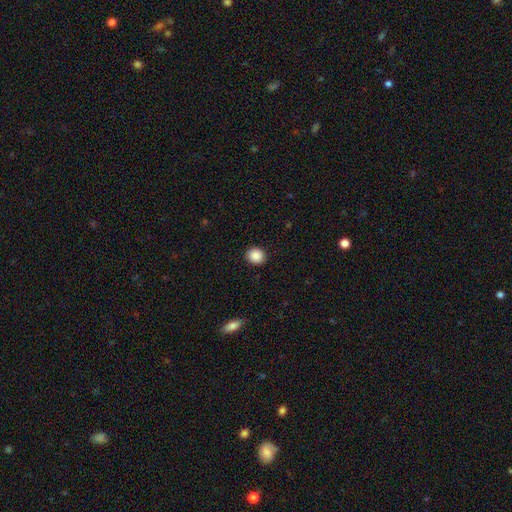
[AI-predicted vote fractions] Smooth or featured? smooth (89%)
How rounded? round (82%)
Merging? none (92%)